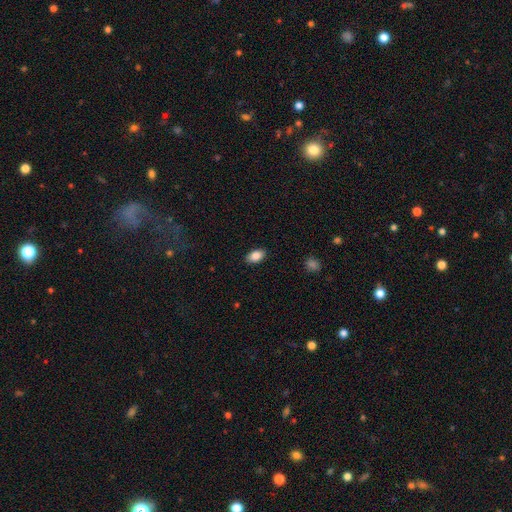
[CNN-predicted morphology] smooth-or-featured: smooth: 87% | star or artifact: 7% | featured or disk: 5%
  how-rounded: in between: 91% | round: 7% | cigar-shaped: 2%
  merging: none: 88% | minor disturbance: 9% | major disturbance: 2% | merger: 1%